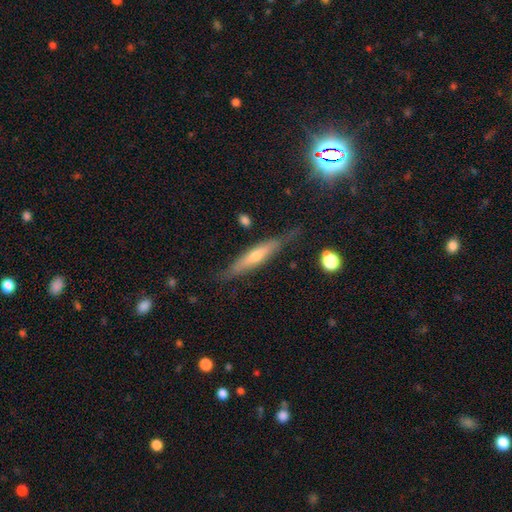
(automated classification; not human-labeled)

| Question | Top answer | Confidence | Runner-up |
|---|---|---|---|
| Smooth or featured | featured or disk | 59% | smooth (33%) |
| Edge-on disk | yes | 90% | no (10%) |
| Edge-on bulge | rounded | 71% | none (21%) |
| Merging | none | 75% | minor disturbance (18%) |